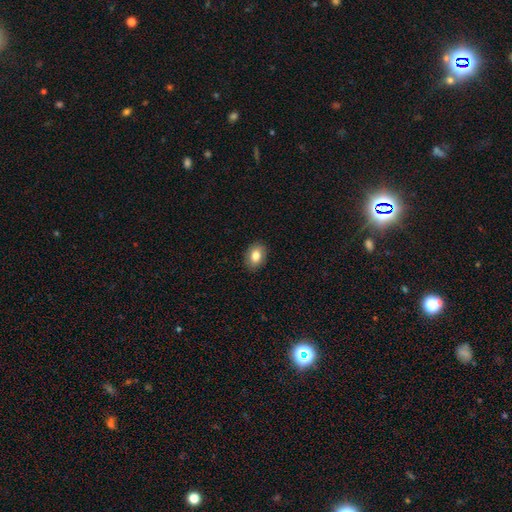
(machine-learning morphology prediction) A smooth galaxy with no disk features (82%) that is in between round and cigar-shaped (74%). Merging: none (88%).